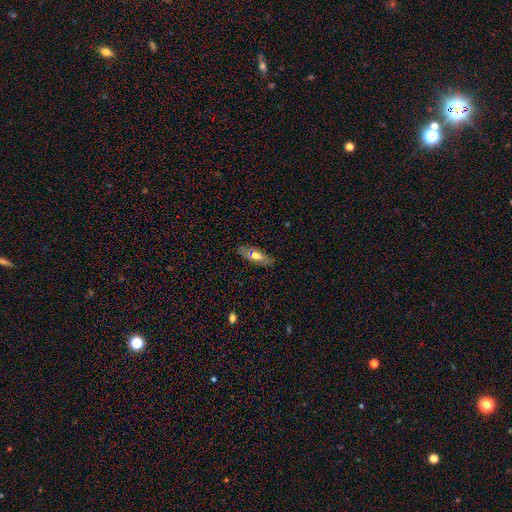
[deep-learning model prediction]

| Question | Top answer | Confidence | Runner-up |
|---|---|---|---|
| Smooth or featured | smooth | 60% | featured or disk (30%) |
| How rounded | in between | 62% | cigar-shaped (34%) |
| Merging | none | 85% | minor disturbance (11%) |